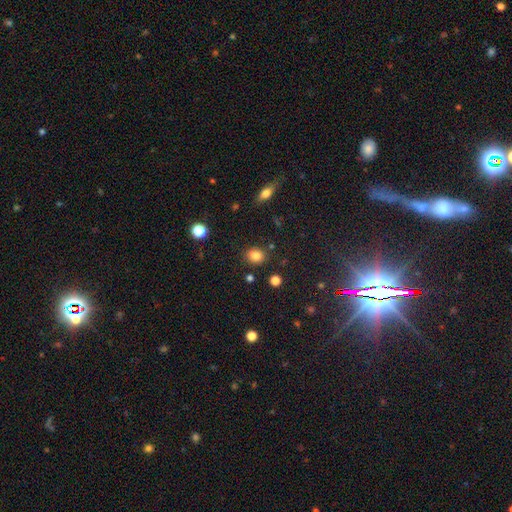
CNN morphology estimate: Smooth or featured? smooth (83%)
How rounded? round (65%)
Merging? none (85%)